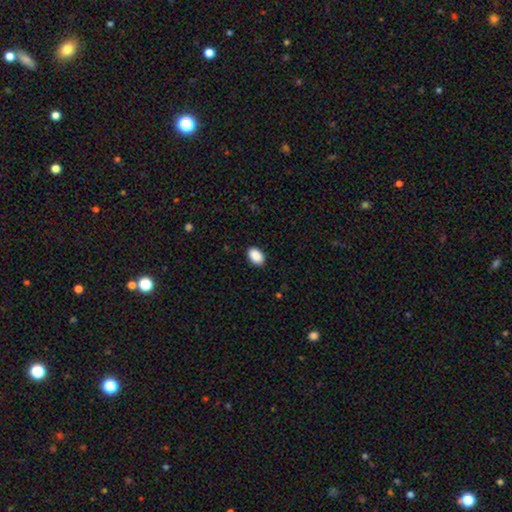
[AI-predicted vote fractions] Smooth or featured? smooth (90%)
How rounded? in between (89%)
Merging? none (88%)